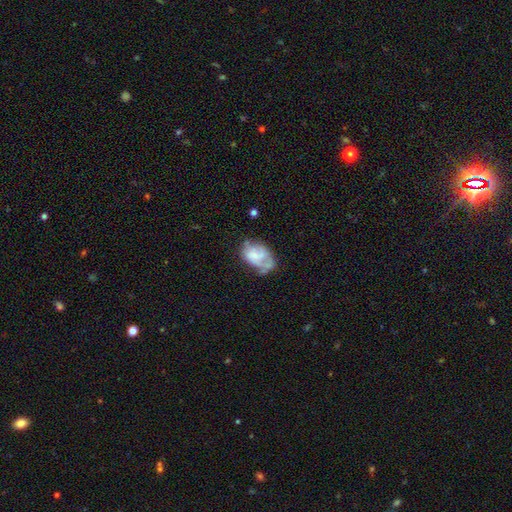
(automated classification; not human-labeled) The model was most divided on "merging": none: 32%, minor disturbance: 30%, major disturbance: 27%, merger: 11%. Remaining: smooth or featured — featured or disk (50%).